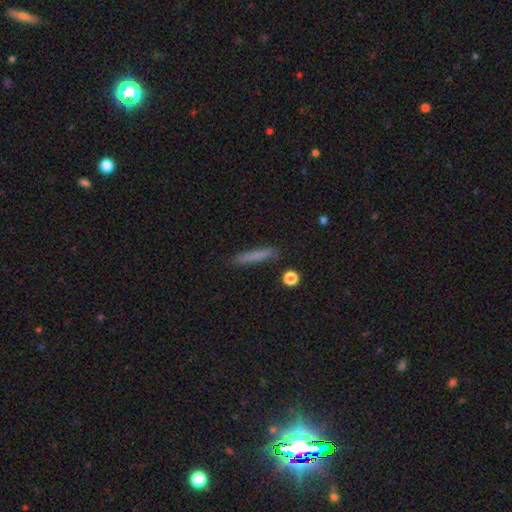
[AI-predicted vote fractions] The model was most divided on "smooth or featured": smooth: 76%, featured or disk: 15%, star or artifact: 8%. More confident: how rounded — cigar-shaped (92%); merging — none (84%).